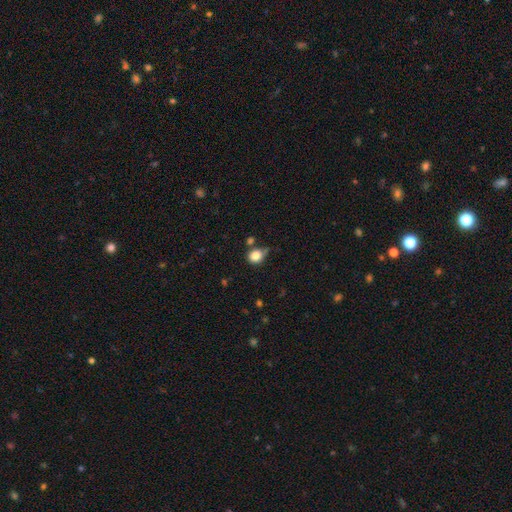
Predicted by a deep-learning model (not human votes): The model was most divided on "merging": none: 51%, minor disturbance: 29%, merger: 10%, major disturbance: 9%. More confident: smooth or featured — smooth (82%); how rounded — round (73%).